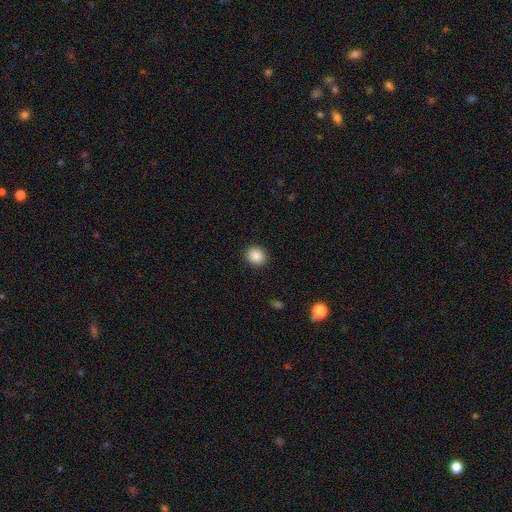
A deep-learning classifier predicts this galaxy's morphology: This appears to be a smooth galaxy with no disk features (86%) that is round (77%). Merging: none (91%).